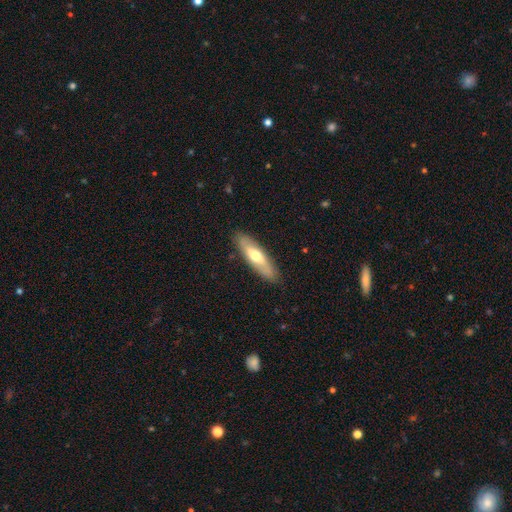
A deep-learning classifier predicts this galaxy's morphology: smooth_or_featured: smooth (p=0.55) [alt: featured or disk p=0.40]
how_rounded: cigar-shaped (p=0.57) [alt: in between p=0.41]
merging: none (p=0.86) [alt: minor disturbance p=0.10]